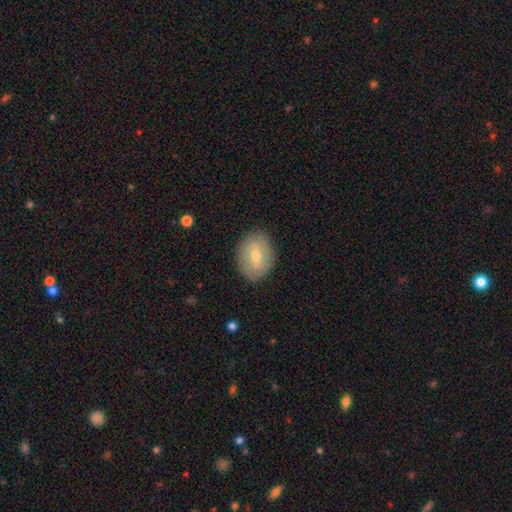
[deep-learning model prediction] Q: Smooth or featured?
A: smooth (49%); runner-up: featured or disk (44%)
Q: Merging?
A: none (85%); runner-up: minor disturbance (11%)